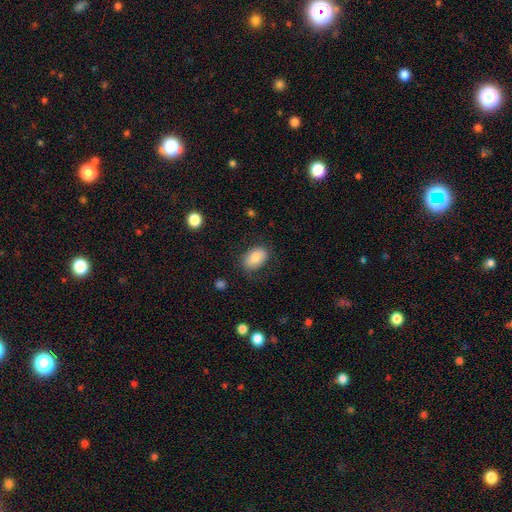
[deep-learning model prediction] This is likely a smooth galaxy (79%). How rounded: clearly in between (83%). Merging: likely none (78%).